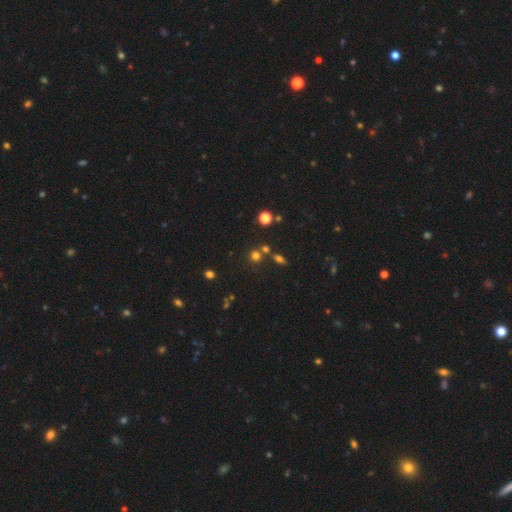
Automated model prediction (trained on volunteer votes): A smooth galaxy with no disk features (66%) that is round (88%). Merging: none (67%).